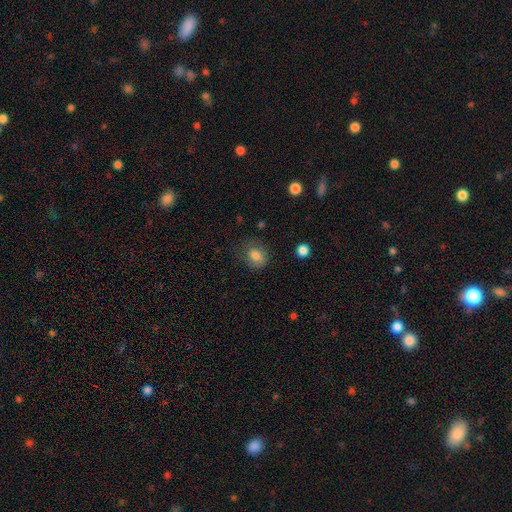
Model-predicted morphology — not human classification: A smooth galaxy with no disk features (80%) that is round (61%). Merging: none (71%).